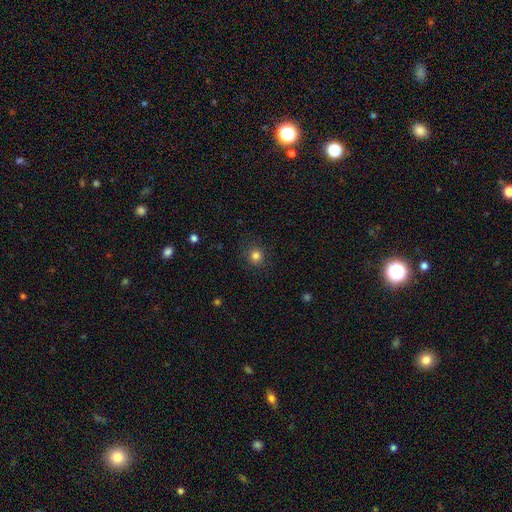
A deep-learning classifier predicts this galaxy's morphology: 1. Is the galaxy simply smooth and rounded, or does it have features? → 82% smooth, 13% star or artifact, 5% featured or disk.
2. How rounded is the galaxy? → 91% round, 8% in between, 1% cigar-shaped.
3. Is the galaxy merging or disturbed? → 88% none, 8% minor disturbance, 3% major disturbance, 1% merger.